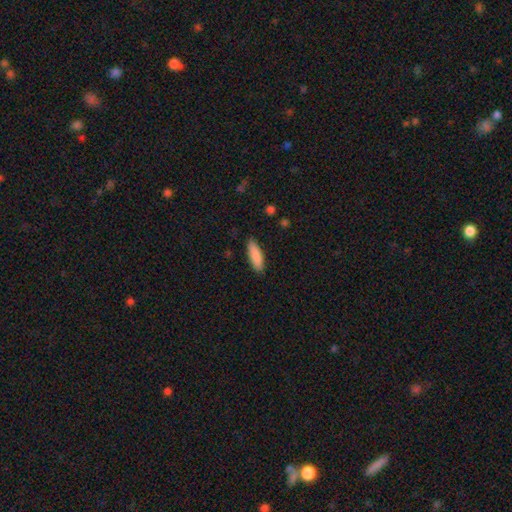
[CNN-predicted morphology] Q: Smooth or featured?
A: smooth (88%); runner-up: star or artifact (6%)
Q: How rounded?
A: in between (52%); runner-up: cigar-shaped (46%)
Q: Merging?
A: none (86%); runner-up: minor disturbance (11%)